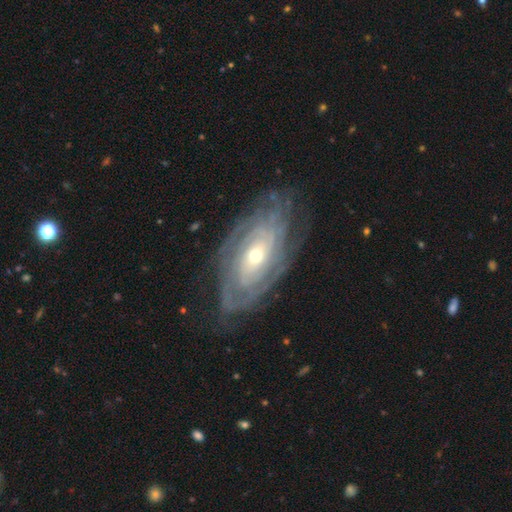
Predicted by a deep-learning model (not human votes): featured or disk 86%, smooth 9%, star or artifact 6%. Down the decision tree: edge-on disk — no (93%); bar — no (72%); spiral arms — yes (93%); spiral arm count — can't tell (44%); spiral winding — tight (76%); bulge size — small (49%); merging — none (72%).